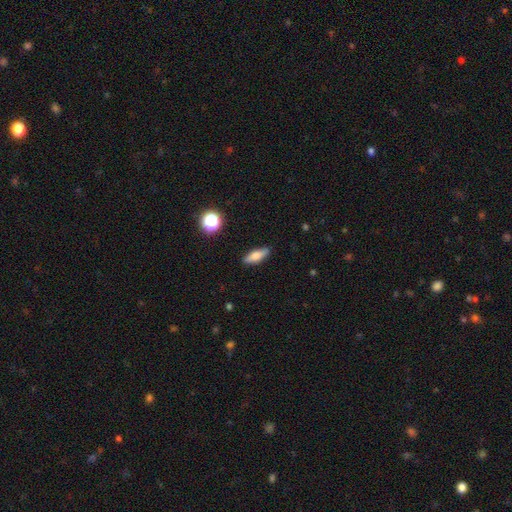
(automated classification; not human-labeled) This appears to be a smooth galaxy with no disk features (67%) that is in between round and cigar-shaped (54%). Merging: none (88%).